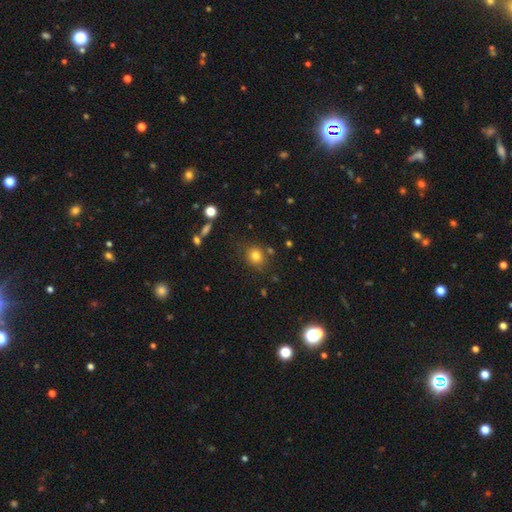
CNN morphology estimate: This is likely a smooth galaxy (79%). How rounded: clearly round (80%). Merging: likely none (79%).